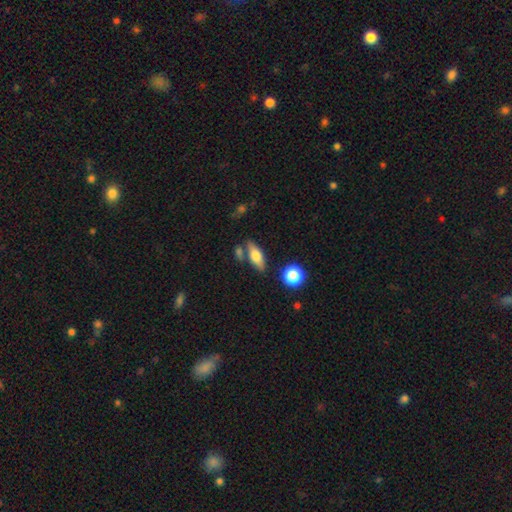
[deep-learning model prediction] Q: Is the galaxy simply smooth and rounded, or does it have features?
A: smooth — 68%.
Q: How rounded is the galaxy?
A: in between — 69%.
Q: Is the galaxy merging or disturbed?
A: none — 70%.